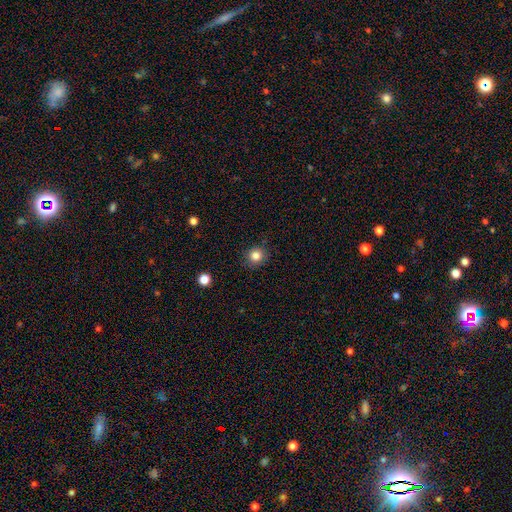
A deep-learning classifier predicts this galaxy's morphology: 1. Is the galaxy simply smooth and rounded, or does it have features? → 83% smooth, 11% star or artifact, 5% featured or disk.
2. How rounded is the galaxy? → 88% round, 11% in between, 1% cigar-shaped.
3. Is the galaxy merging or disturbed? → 88% none, 9% minor disturbance, 2% major disturbance, 1% merger.